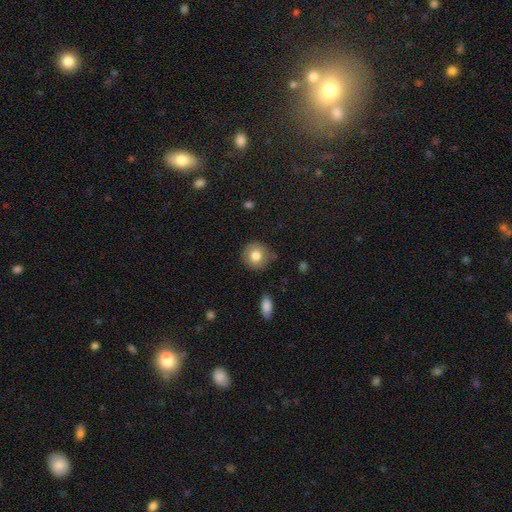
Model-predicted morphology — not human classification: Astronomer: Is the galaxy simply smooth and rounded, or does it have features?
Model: smooth — 79%.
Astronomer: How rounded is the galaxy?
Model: round — 90%.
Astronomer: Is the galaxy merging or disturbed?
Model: none — 82%.